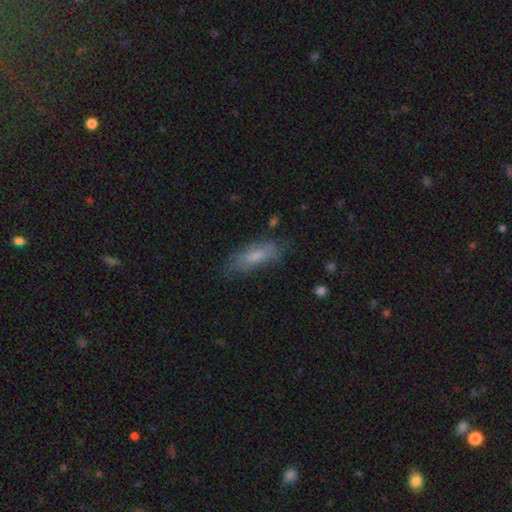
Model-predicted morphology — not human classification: A smooth galaxy with no disk features (69%) that is in between round and cigar-shaped (51%). Merging: none (65%).